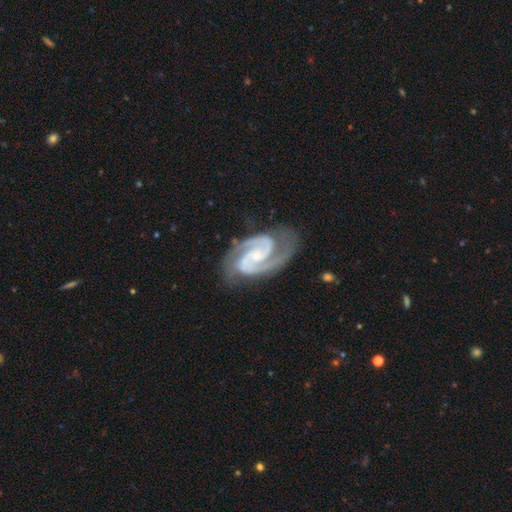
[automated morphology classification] featured or disk 94%, star or artifact 4%, smooth 2%. Down the decision tree: edge-on disk — no (98%); bar — no (46%); spiral arms — yes (99%); spiral arm count — 2 (92%); spiral winding — medium (49%); bulge size — small (67%); merging — none (79%).